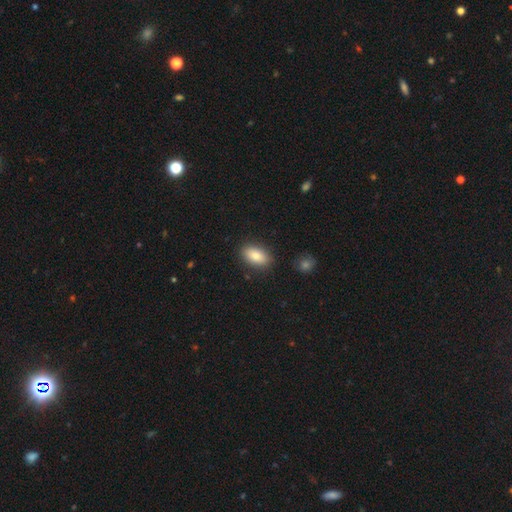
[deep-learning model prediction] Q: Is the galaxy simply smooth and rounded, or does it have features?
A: smooth — 83%.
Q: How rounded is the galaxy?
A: in between — 90%.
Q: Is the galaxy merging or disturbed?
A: none — 86%.